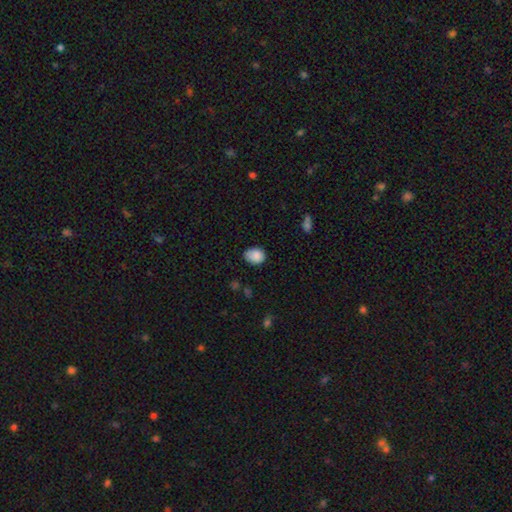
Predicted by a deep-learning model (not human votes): A smooth galaxy with no disk features (87%) that is in between round and cigar-shaped (64%). Merging: none (67%).